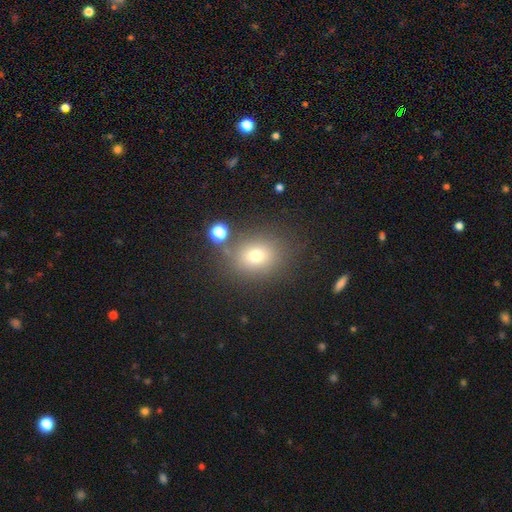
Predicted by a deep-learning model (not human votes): A smooth galaxy with no disk features (70%) that is round (65%).

Vote fractions:
- Smooth or featured? smooth: 70% / star or artifact: 17% / featured or disk: 13%
- How rounded? round: 65% / in between: 34% / cigar-shaped: 1%
- Merging? none: 76% / minor disturbance: 12% / merger: 7% / major disturbance: 5%